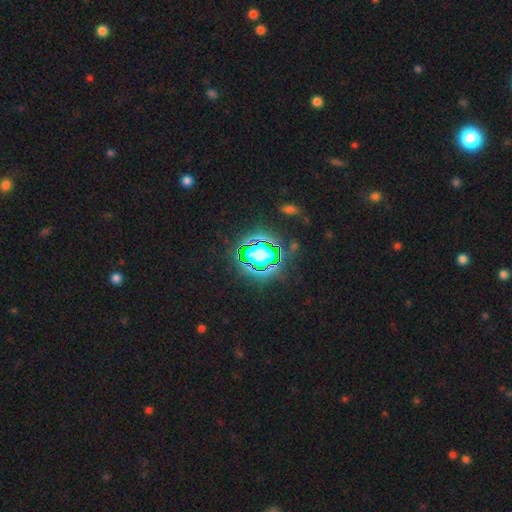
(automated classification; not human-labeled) A star or artifact, not a galaxy (76%).